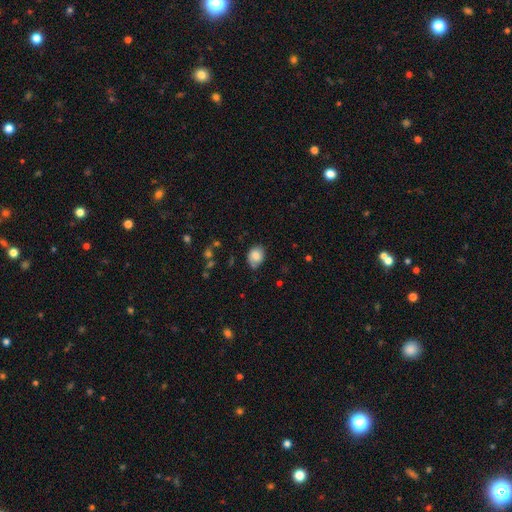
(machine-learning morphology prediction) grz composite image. It shows a smooth galaxy with no disk features (79%) that is in between round and cigar-shaped (60%). Merging: none (60%).